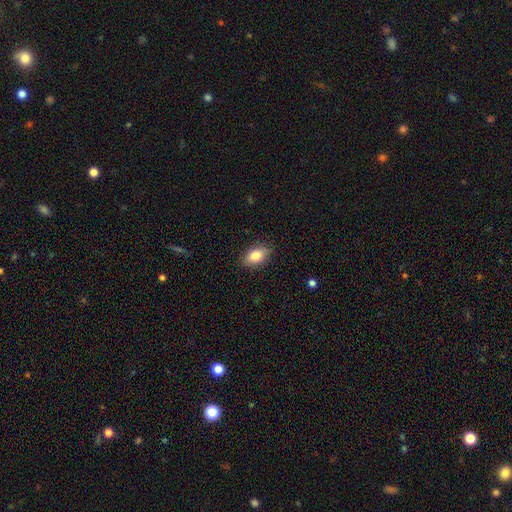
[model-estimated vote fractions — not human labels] The model was most divided on "smooth or featured": smooth: 82%, featured or disk: 10%, star or artifact: 8%. More confident: how rounded — in between (88%); merging — none (86%).